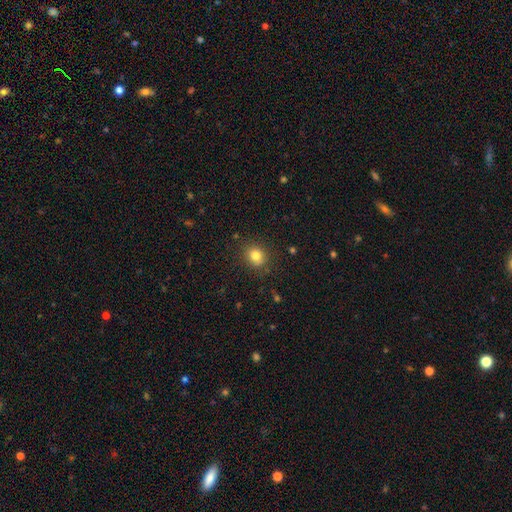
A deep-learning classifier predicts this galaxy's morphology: smooth_or_featured: smooth (p=0.80) [alt: star or artifact p=0.12]
how_rounded: round (p=0.74) [alt: in between p=0.25]
merging: none (p=0.85) [alt: minor disturbance p=0.10]